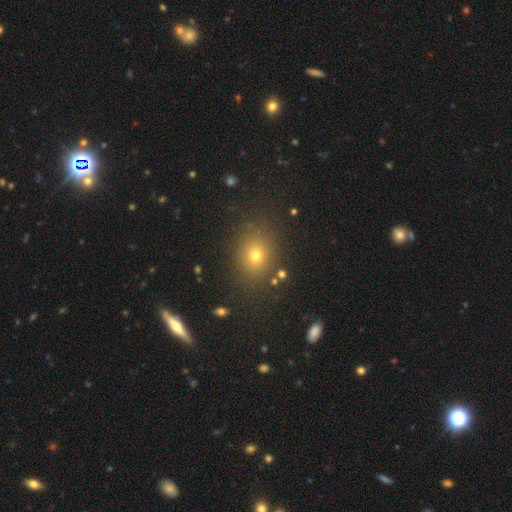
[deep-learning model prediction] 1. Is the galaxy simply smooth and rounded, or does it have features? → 67% smooth, 20% star or artifact, 13% featured or disk.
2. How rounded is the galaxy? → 50% round, 48% in between, 2% cigar-shaped.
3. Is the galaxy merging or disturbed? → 84% none, 9% minor disturbance, 4% major disturbance, 3% merger.